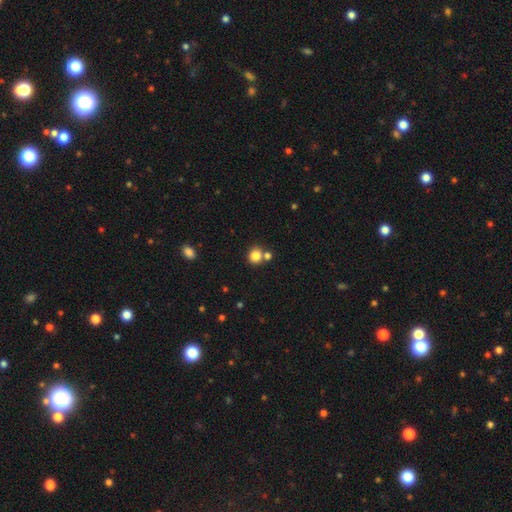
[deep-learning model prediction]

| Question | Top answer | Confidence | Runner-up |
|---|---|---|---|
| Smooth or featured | smooth | 83% | star or artifact (11%) |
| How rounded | round | 81% | in between (18%) |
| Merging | none | 63% | merger (25%) |